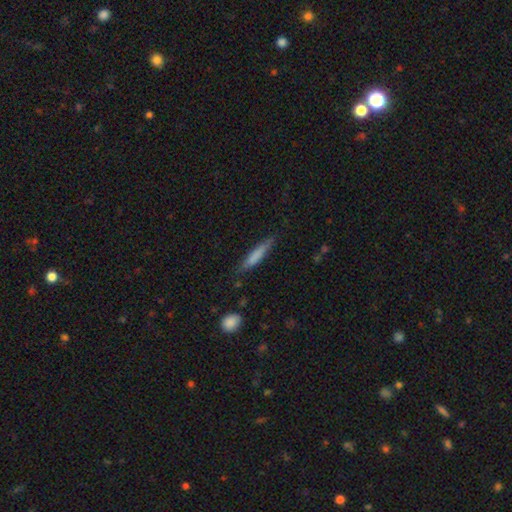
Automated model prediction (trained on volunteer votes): smooth-or-featured: smooth: 72% | featured or disk: 22% | star or artifact: 6%
  how-rounded: cigar-shaped: 90% | in between: 9% | round: 1%
  merging: none: 79% | minor disturbance: 16% | major disturbance: 3% | merger: 2%